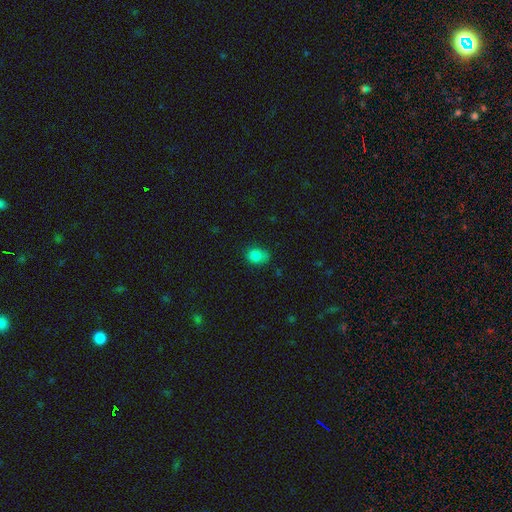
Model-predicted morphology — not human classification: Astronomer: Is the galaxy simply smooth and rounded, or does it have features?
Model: smooth — 83%.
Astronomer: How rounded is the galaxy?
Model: in between — 53% (runner-up: round, 46%).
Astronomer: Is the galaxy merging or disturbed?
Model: none — 59%.